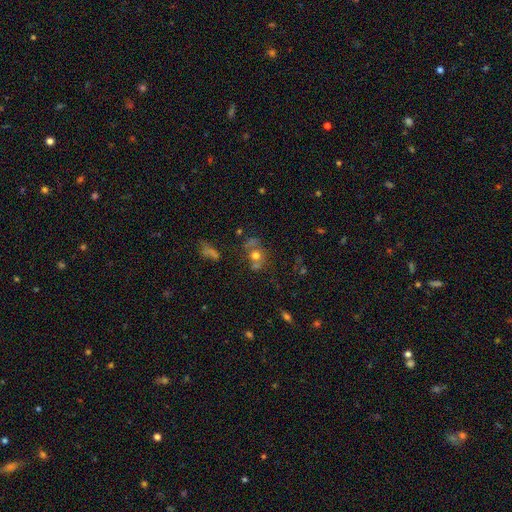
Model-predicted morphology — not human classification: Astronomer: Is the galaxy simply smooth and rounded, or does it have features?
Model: smooth — 61%.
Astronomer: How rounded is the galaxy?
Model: round — 73%.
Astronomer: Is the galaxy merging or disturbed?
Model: none — 52%.